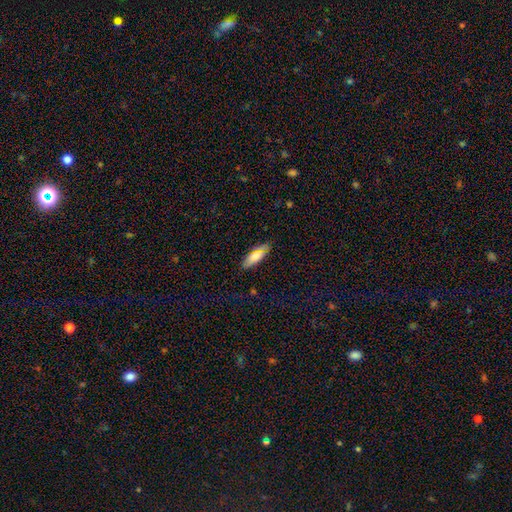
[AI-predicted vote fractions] Smooth or featured? smooth (76%)
How rounded? in between (63%)
Merging? none (83%)